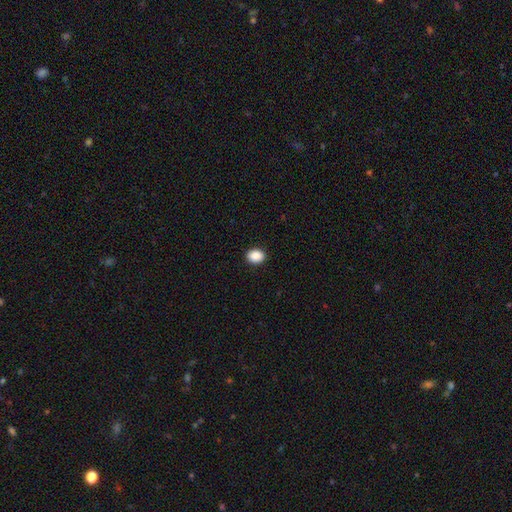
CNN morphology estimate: type=smooth (88%); roundness=in between (55%); merging=none (92%).